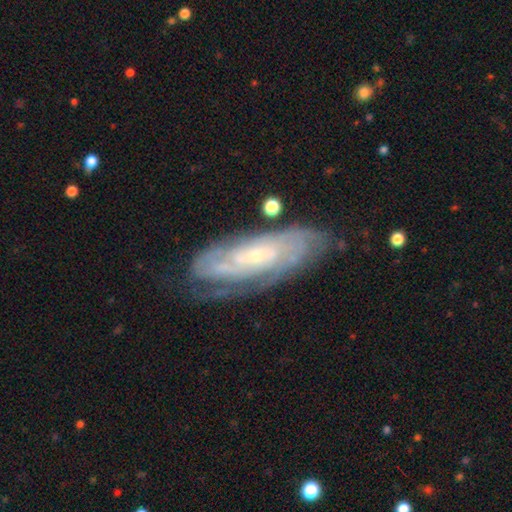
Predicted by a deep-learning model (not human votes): Smooth or featured? Predicted: featured or disk (p=0.81). Edge-on disk? Predicted: no (p=0.88). Bar? Predicted: no (p=0.65). Spiral arms? Predicted: yes (p=0.92). Spiral winding? Predicted: tight (p=0.72). Spiral arm count? Predicted: can't tell (p=0.50). Bulge size? Predicted: small (p=0.74). Merging? Predicted: none (p=0.69).